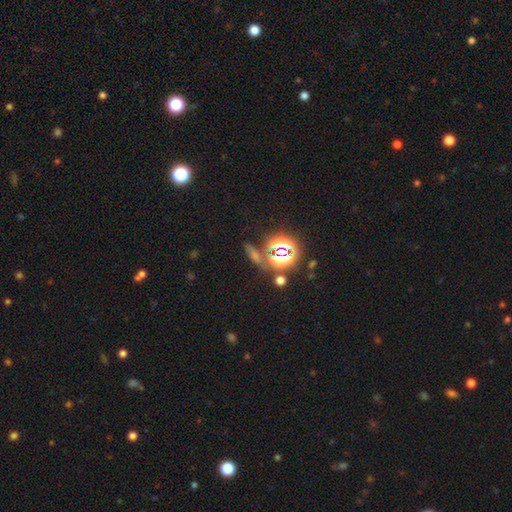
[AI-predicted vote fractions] star or artifact 57%, smooth 25%, featured or disk 17%.